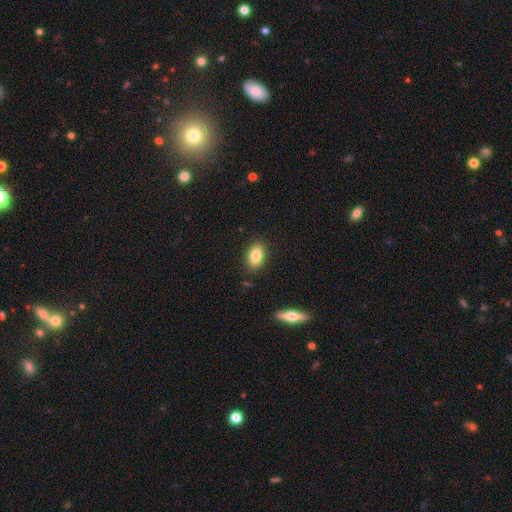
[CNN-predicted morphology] This is clearly a smooth galaxy (83%). How rounded: clearly in between (88%). Merging: clearly none (87%).